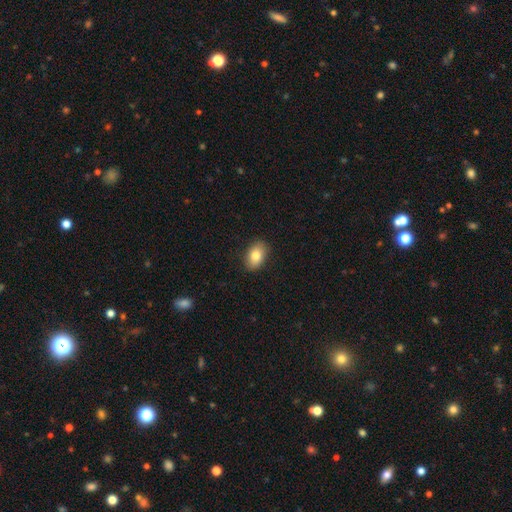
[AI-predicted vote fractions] This is clearly a smooth galaxy (82%). How rounded: clearly in between (88%). Merging: clearly none (88%).